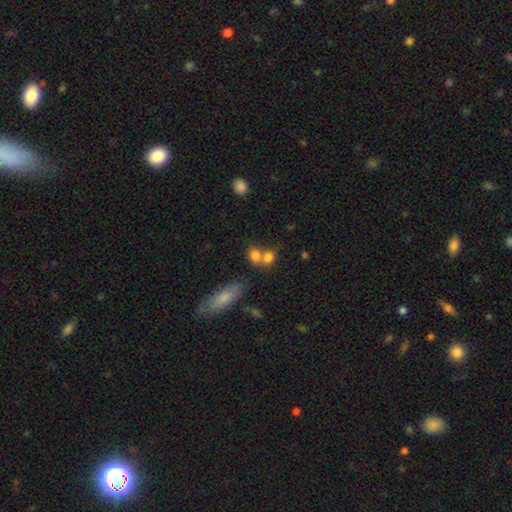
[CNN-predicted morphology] Smooth or featured? Predicted: smooth (p=0.76). How rounded? Predicted: round (p=0.56). Merging? Predicted: merger (p=0.55).